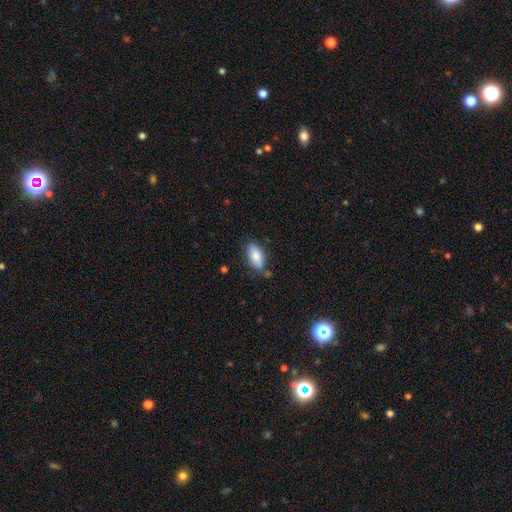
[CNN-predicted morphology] Overall: smooth (83%). How rounded: in between (90%). Merging: none (76%).